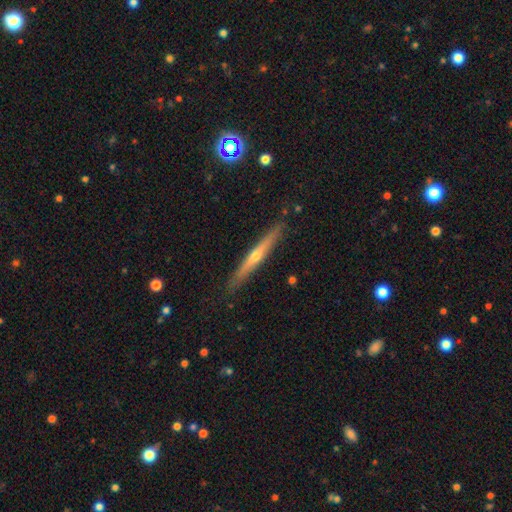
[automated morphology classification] Overall: featured or disk (64%; smooth 30%). Edge-on disk: yes (96%). Edge-on bulge: rounded (73%). Merging: none (88%).